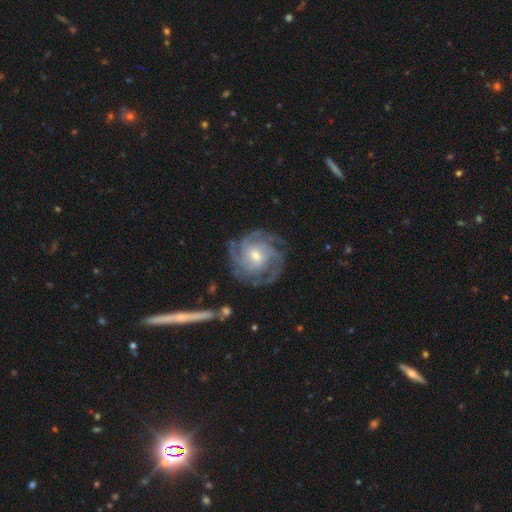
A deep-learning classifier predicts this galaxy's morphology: type=featured or disk (87%); edge-on=no (97%); bar=no (64%); spiral arms=yes (97%); winding=tight (67%); arm count=4 (33%); bulge=small (53%); merging=none (79%).